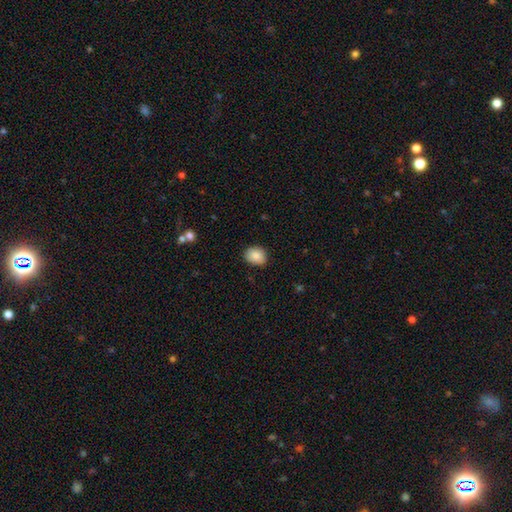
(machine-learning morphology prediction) smooth-or-featured: smooth: 87% | star or artifact: 8% | featured or disk: 5%
  how-rounded: in between: 57% | round: 43% | cigar-shaped: 1%
  merging: none: 85% | minor disturbance: 12% | major disturbance: 2% | merger: 1%